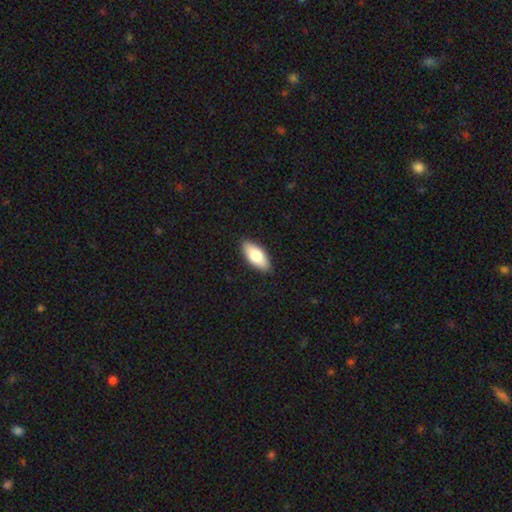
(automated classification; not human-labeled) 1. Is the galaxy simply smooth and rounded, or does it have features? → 79% smooth, 16% featured or disk, 6% star or artifact.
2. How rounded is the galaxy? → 86% in between, 12% cigar-shaped, 2% round.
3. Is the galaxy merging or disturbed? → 89% none, 9% minor disturbance, 2% major disturbance, 1% merger.